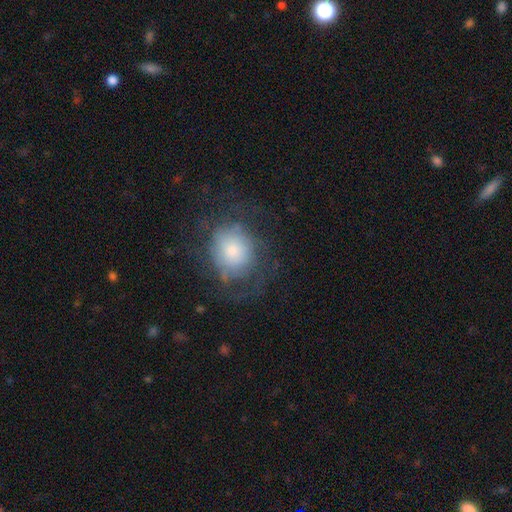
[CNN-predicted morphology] Smooth or featured: smooth — 42% (featured or disk — 38%)
Merging: none — 72% (minor disturbance — 15%)